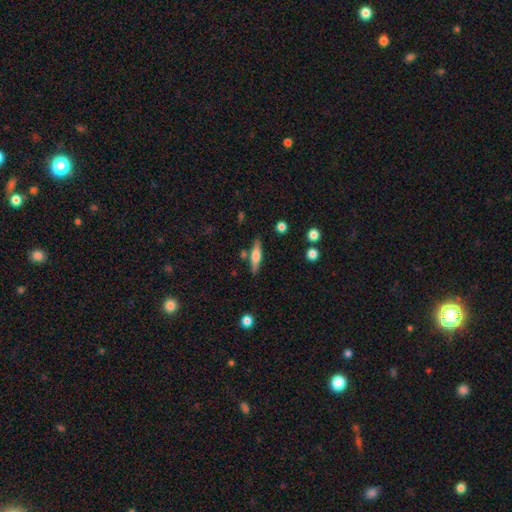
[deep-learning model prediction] Morphology: type=smooth (48%); merging=none (80%).